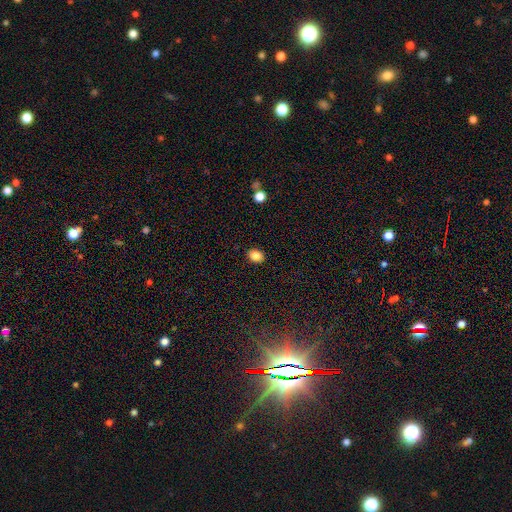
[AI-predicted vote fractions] Smooth or featured? Predicted: smooth (p=0.85). How rounded? Predicted: in between (p=0.60). Merging? Predicted: none (p=0.89).